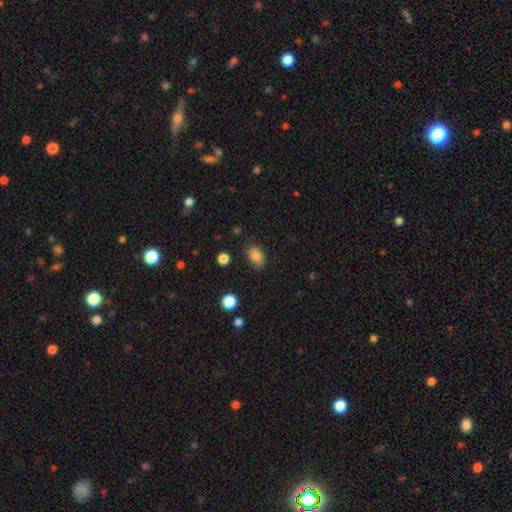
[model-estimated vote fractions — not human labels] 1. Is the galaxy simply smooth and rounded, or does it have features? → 85% smooth, 10% star or artifact, 5% featured or disk.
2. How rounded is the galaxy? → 84% in between, 15% round, 1% cigar-shaped.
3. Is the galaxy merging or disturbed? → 83% none, 12% minor disturbance, 3% major disturbance, 2% merger.